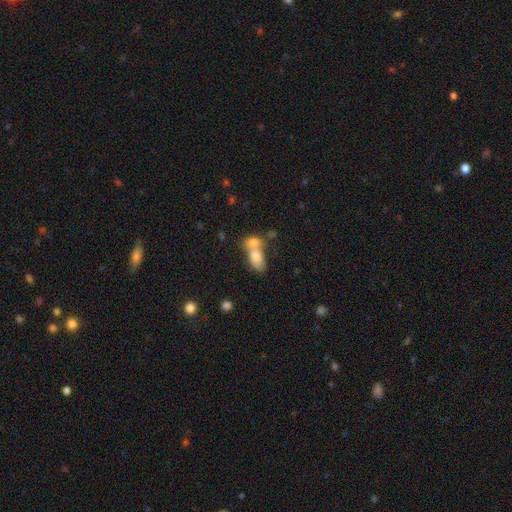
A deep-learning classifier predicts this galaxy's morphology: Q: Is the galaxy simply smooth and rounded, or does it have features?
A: smooth — 77%.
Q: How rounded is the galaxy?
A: in between — 83%.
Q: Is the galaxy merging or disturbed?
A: merger — 67%.